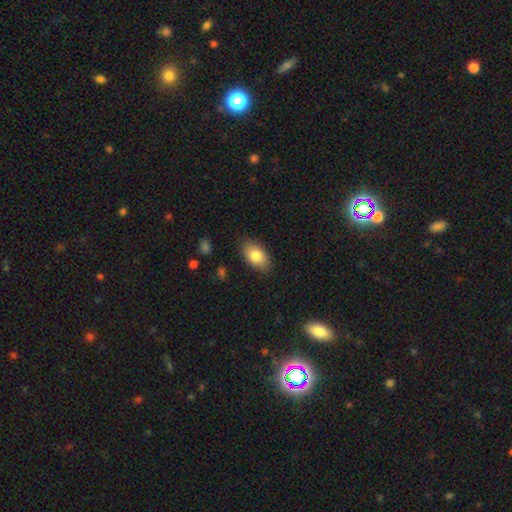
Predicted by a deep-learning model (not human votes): A smooth galaxy with no disk features (83%) that is in between round and cigar-shaped (92%).

Vote fractions:
- Smooth or featured? smooth: 83% / featured or disk: 10% / star or artifact: 7%
- How rounded? in between: 92% / round: 6% / cigar-shaped: 2%
- Merging? none: 84% / minor disturbance: 12% / major disturbance: 3% / merger: 1%